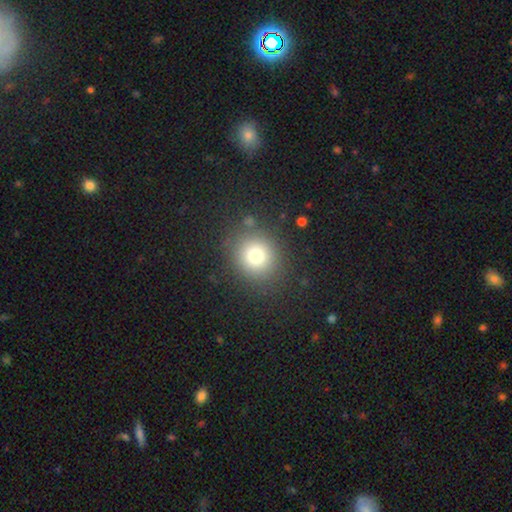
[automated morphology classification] smooth 75%, star or artifact 16%, featured or disk 9%. Down the decision tree: how rounded — round (89%); merging — none (85%).